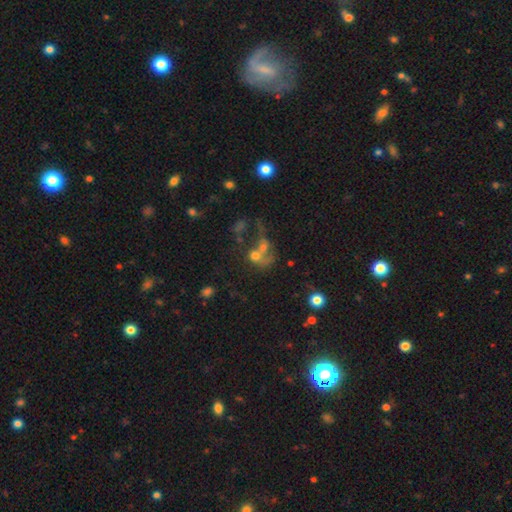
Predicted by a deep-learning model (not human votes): Smooth or featured? Predicted: smooth (p=0.48). Merging? Predicted: merger (p=0.60).